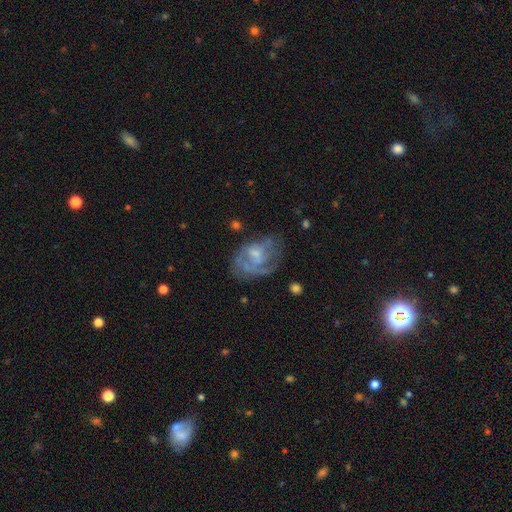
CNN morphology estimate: Q: Smooth or featured?
A: featured or disk (70%); runner-up: smooth (21%)
Q: Edge-on disk?
A: no (97%); runner-up: yes (3%)
Q: Bar?
A: no (62%); runner-up: weak (33%)
Q: Spiral arms?
A: yes (69%); runner-up: no (31%)
Q: Bulge size?
A: small (41%); runner-up: moderate (31%)
Q: Merging?
A: none (47%); runner-up: major disturbance (26%)